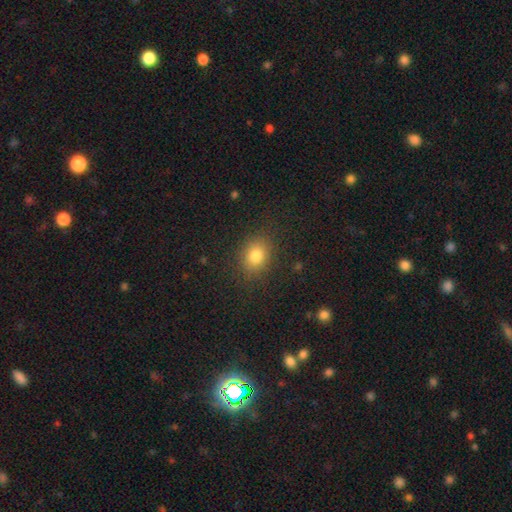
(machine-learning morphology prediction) smooth-or-featured: smooth: 80% | star or artifact: 12% | featured or disk: 7%
  how-rounded: round: 57% | in between: 42% | cigar-shaped: 1%
  merging: none: 87% | minor disturbance: 9% | major disturbance: 3% | merger: 1%